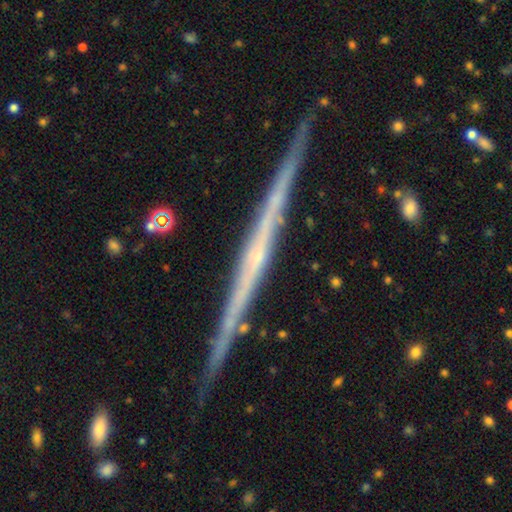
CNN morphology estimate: smooth_or_featured: featured or disk (p=0.80) [alt: smooth p=0.13]
disk_edge_on: yes (p=0.98) [alt: no p=0.02]
edge_on_bulge: none (p=0.72) [alt: rounded p=0.22]
merging: none (p=0.89) [alt: minor disturbance p=0.08]